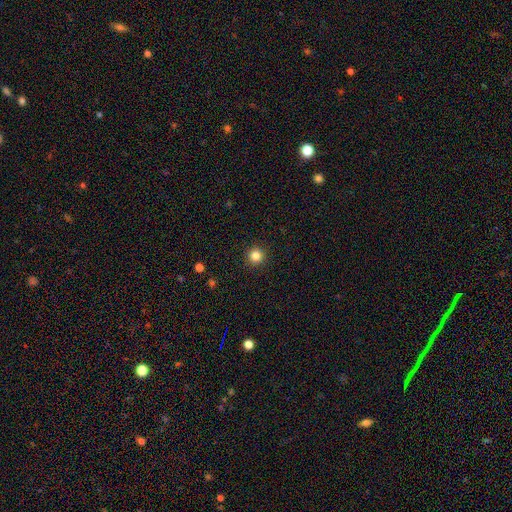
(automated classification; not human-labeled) smooth 83%, star or artifact 12%, featured or disk 5%. Down the decision tree: how rounded — round (95%); merging — none (93%).